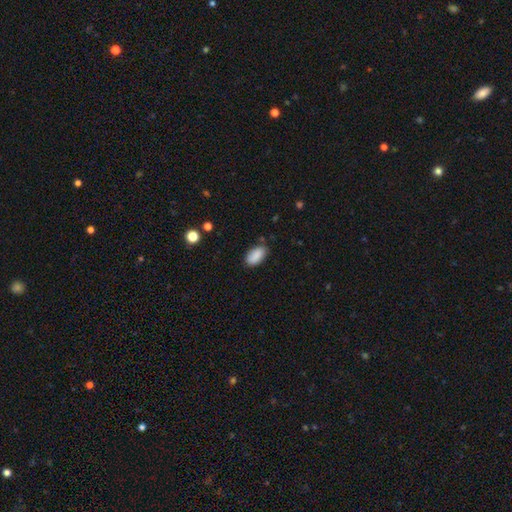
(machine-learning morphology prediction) Q: Smooth or featured?
A: smooth (88%); runner-up: star or artifact (7%)
Q: How rounded?
A: in between (93%); runner-up: cigar-shaped (3%)
Q: Merging?
A: none (80%); runner-up: minor disturbance (15%)